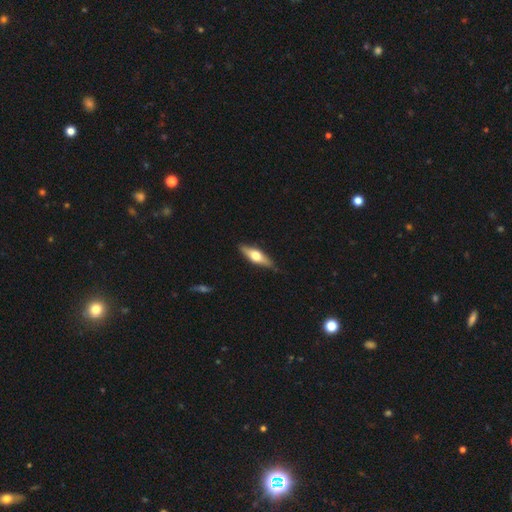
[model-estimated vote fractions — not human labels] Smooth or featured: featured or disk — 53% (smooth — 41%)
Edge-on disk: yes — 92% (no — 8%)
Merging: none — 84% (minor disturbance — 13%)